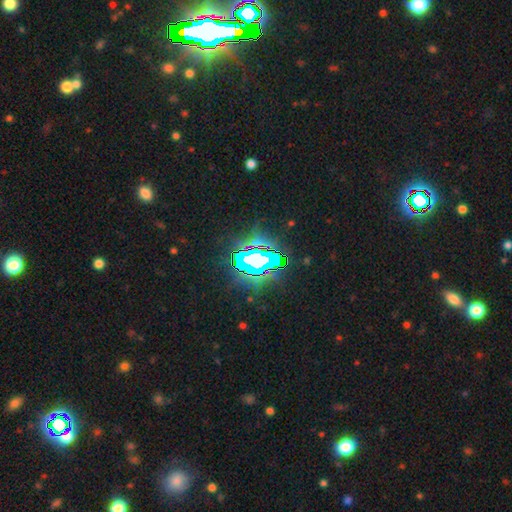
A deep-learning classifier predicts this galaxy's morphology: Smooth or featured? star or artifact (82%)